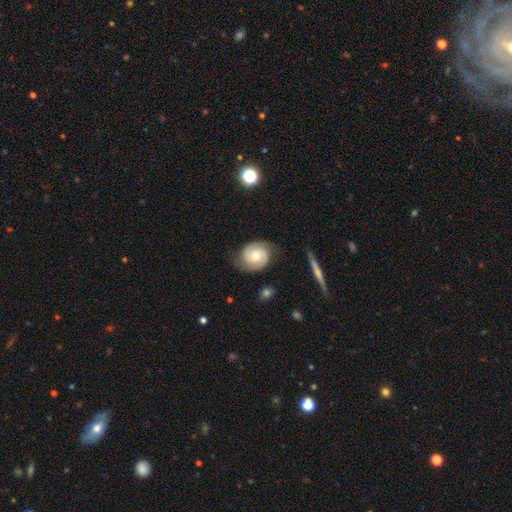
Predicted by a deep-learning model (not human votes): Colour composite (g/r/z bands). It shows a featured or disk galaxy (71%) with no bar (67%), 2 (85%) tight (53%) spiral arms (93%) and a moderate central bulge (69%). Merging: none (77%).